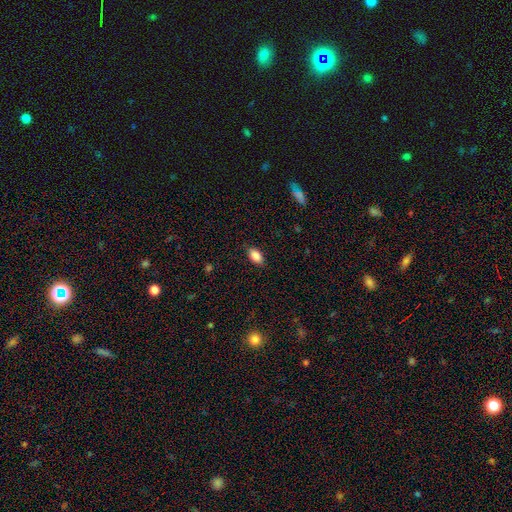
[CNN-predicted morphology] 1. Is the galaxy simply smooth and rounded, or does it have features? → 87% smooth, 8% star or artifact, 5% featured or disk.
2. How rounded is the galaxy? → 91% in between, 6% round, 3% cigar-shaped.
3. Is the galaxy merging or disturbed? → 85% none, 12% minor disturbance, 3% major disturbance, 1% merger.